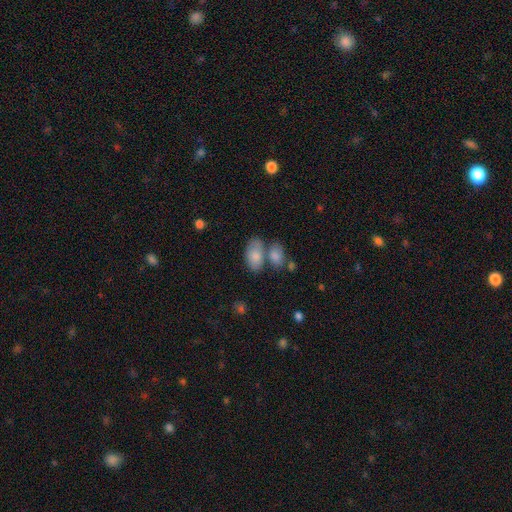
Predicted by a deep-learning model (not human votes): smooth-or-featured: smooth: 81% | featured or disk: 12% | star or artifact: 7%
  how-rounded: in between: 92% | round: 6% | cigar-shaped: 2%
  merging: none: 45% | merger: 35% | minor disturbance: 15% | major disturbance: 6%